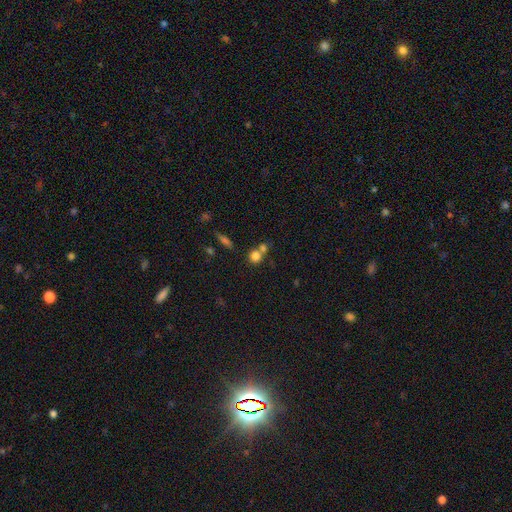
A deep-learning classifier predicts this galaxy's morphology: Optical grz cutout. It shows a smooth galaxy with no disk features (78%) that is round (84%). Merging: none (48%).